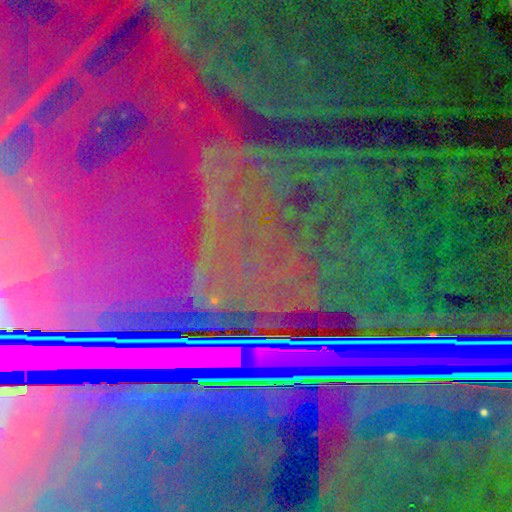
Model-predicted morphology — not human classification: Smooth or featured?
  - star or artifact: 87% *
  - featured or disk: 8%
  - smooth: 5%